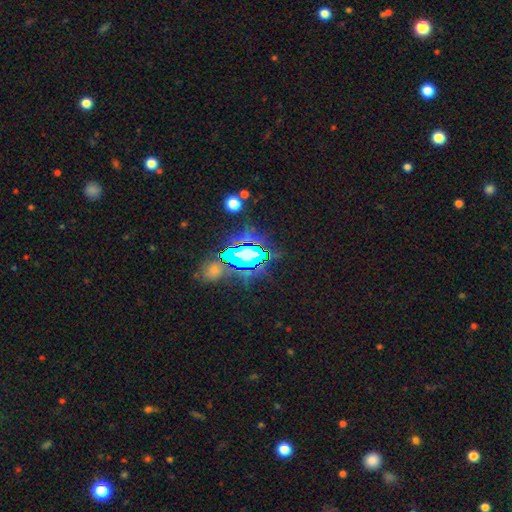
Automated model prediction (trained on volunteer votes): smooth-or-featured: star or artifact: 74% | smooth: 14% | featured or disk: 12%